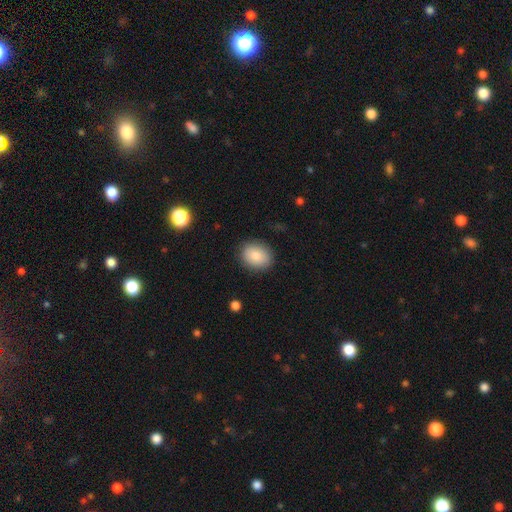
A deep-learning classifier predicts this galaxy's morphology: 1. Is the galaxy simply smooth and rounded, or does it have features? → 83% smooth, 9% featured or disk, 8% star or artifact.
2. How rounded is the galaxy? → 50% in between, 49% round, 1% cigar-shaped.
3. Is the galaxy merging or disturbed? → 87% none, 10% minor disturbance, 3% major disturbance, 1% merger.